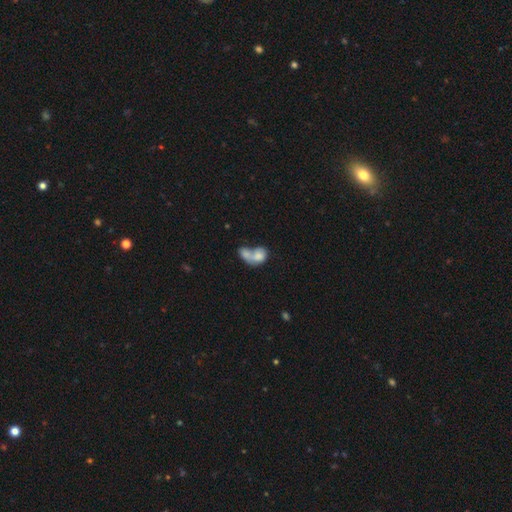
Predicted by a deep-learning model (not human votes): smooth 71%, featured or disk 20%, star or artifact 8%. Down the decision tree: how rounded — in between (69%); merging — merger (73%).